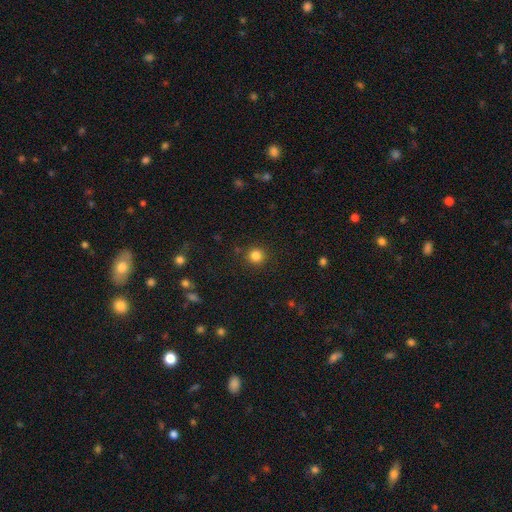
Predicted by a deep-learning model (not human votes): smooth_or_featured: smooth (p=0.84) [alt: star or artifact p=0.12]
how_rounded: round (p=0.93) [alt: in between p=0.06]
merging: none (p=0.90) [alt: minor disturbance p=0.06]